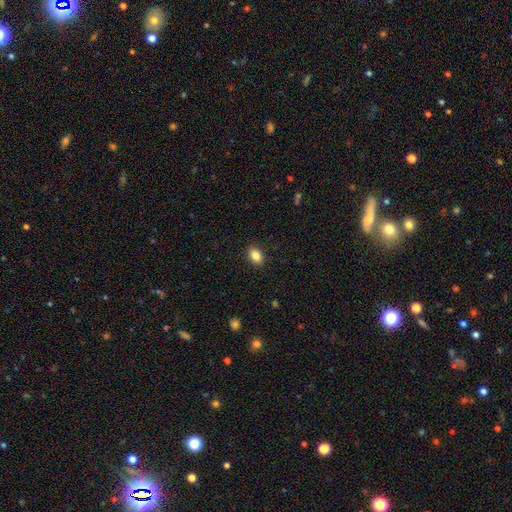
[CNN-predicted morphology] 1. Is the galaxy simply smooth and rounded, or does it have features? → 86% smooth, 9% star or artifact, 5% featured or disk.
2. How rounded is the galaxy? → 82% in between, 17% round, 2% cigar-shaped.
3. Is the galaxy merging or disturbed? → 89% none, 8% minor disturbance, 2% major disturbance, 1% merger.